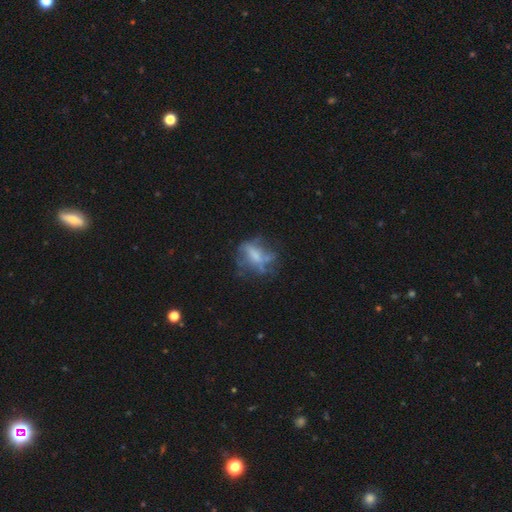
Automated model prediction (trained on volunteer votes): Smooth or featured?
  - featured or disk: 52% *
  - smooth: 34%
  - star or artifact: 13%
Edge-on disk?
  - no: 93% *
  - yes: 7%
Merging?
  - none: 45% *
  - major disturbance: 28%
  - minor disturbance: 22%
  - merger: 6%